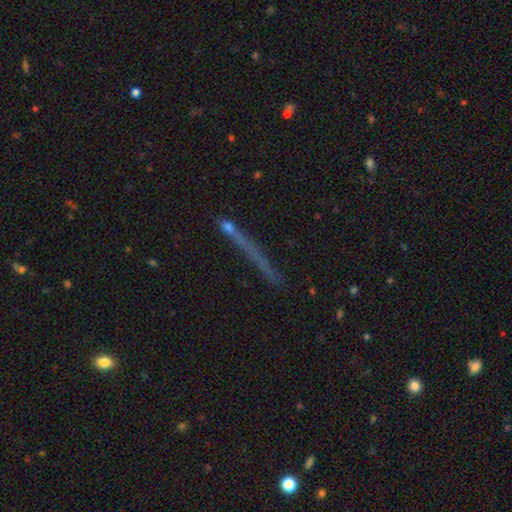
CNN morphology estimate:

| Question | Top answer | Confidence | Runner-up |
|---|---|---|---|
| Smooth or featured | featured or disk | 39% | smooth (38%) |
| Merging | none | 77% | minor disturbance (12%) |